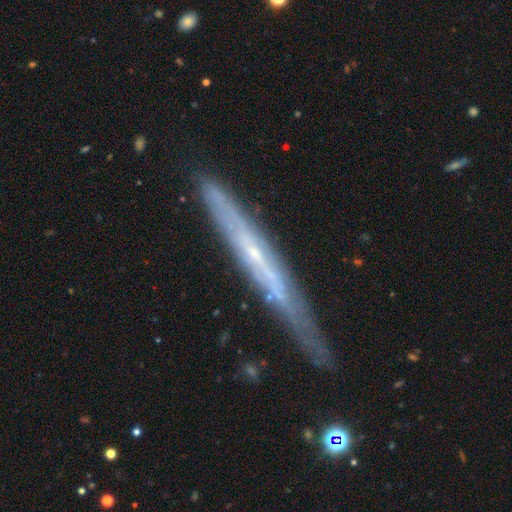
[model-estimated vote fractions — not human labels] Morphology: type=featured or disk (72%); edge-on=yes (86%); edge-on bulge=none (67%); merging=none (73%).